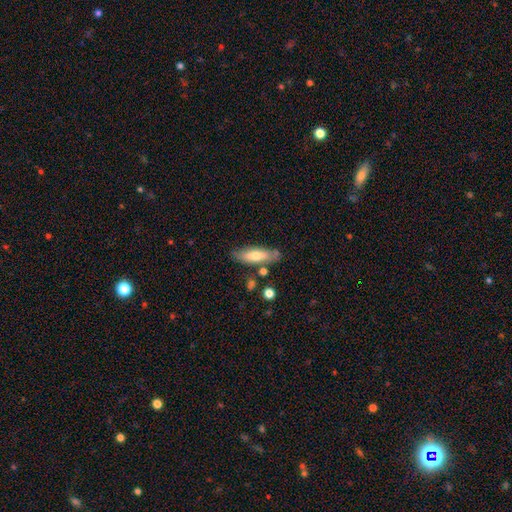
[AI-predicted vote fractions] A smooth galaxy with no disk features (64%) that is in between round and cigar-shaped (53%).

Vote fractions:
- Smooth or featured? smooth: 64% / featured or disk: 29% / star or artifact: 7%
- How rounded? in between: 53% / cigar-shaped: 45% / round: 2%
- Merging? none: 74% / minor disturbance: 16% / merger: 6% / major disturbance: 4%